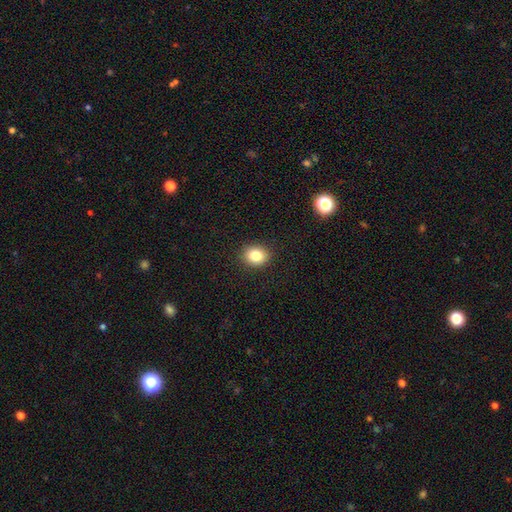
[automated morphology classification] smooth 84%, star or artifact 10%, featured or disk 6%. Down the decision tree: how rounded — round (60%); merging — none (90%).